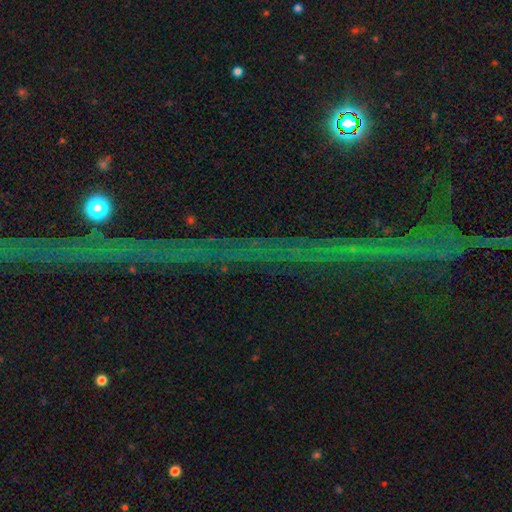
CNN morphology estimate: This is likely a star or artifact rather than a galaxy (78%).